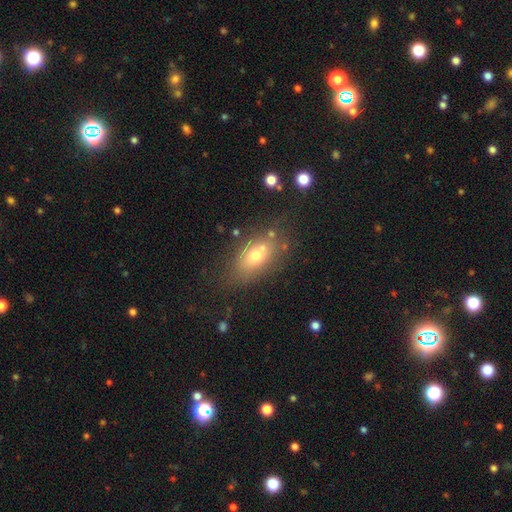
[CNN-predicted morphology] A smooth galaxy with no disk features (66%) that is in between round and cigar-shaped (81%).

Vote fractions:
- Smooth or featured? smooth: 66% / featured or disk: 22% / star or artifact: 12%
- How rounded? in between: 81% / round: 15% / cigar-shaped: 5%
- Merging? none: 62% / minor disturbance: 17% / merger: 13% / major disturbance: 8%